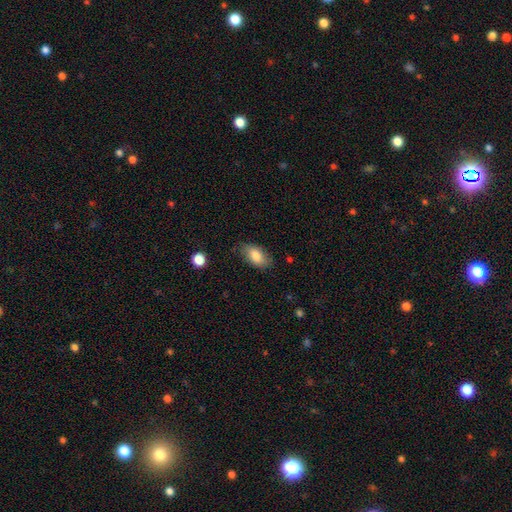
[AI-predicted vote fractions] smooth_or_featured: smooth (p=0.83) [alt: featured or disk p=0.10]
how_rounded: in between (p=0.92) [alt: round p=0.05]
merging: none (p=0.78) [alt: minor disturbance p=0.17]